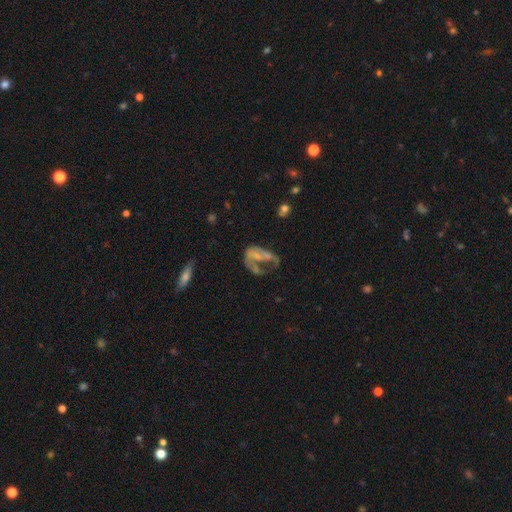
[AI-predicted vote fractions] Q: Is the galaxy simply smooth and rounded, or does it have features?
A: featured or disk — 56%.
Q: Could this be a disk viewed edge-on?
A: no — 97%.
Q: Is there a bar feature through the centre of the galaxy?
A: no — 76%.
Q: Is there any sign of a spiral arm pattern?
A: no — 69%.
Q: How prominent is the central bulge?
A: none — 59%.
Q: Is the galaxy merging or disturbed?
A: major disturbance — 56%.